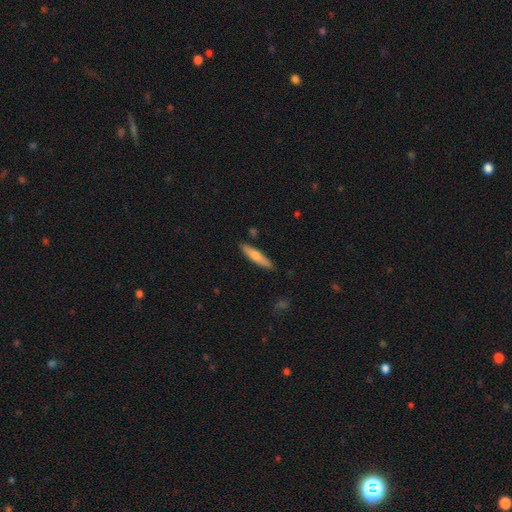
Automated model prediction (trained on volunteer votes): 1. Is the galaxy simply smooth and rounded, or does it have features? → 66% smooth, 28% featured or disk, 6% star or artifact.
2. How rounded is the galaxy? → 85% cigar-shaped, 14% in between, 2% round.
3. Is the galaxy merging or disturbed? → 86% none, 10% minor disturbance, 2% merger, 2% major disturbance.